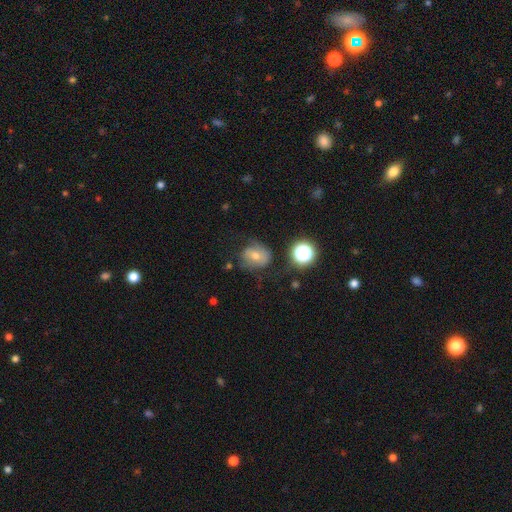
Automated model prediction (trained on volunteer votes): A smooth galaxy with no disk features (54%) that is round (66%).

Vote fractions:
- Smooth or featured? smooth: 54% / featured or disk: 31% / star or artifact: 15%
- How rounded? round: 66% / in between: 33% / cigar-shaped: 1%
- Merging? none: 59% / minor disturbance: 25% / major disturbance: 13% / merger: 3%